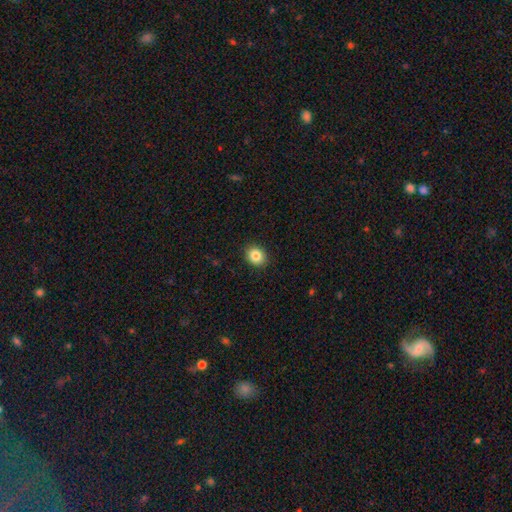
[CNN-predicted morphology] Smooth or featured? smooth (85%)
How rounded? round (61%)
Merging? none (91%)